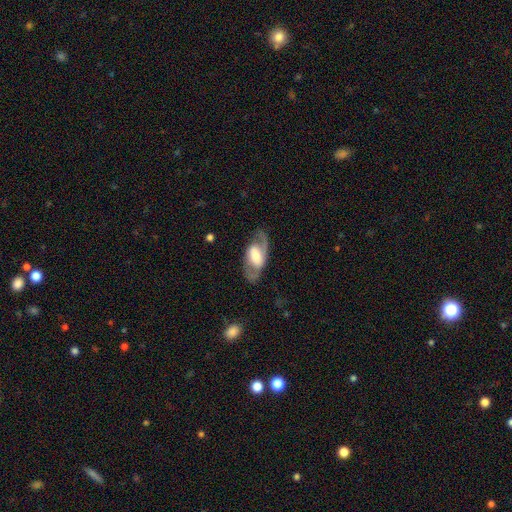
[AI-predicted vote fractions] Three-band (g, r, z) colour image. It shows a featured or disk galaxy (72%) with a weak bar (39%), 2 (82%) medium (50%) spiral arms (76%) and a moderate central bulge (43%). Merging: none (73%).